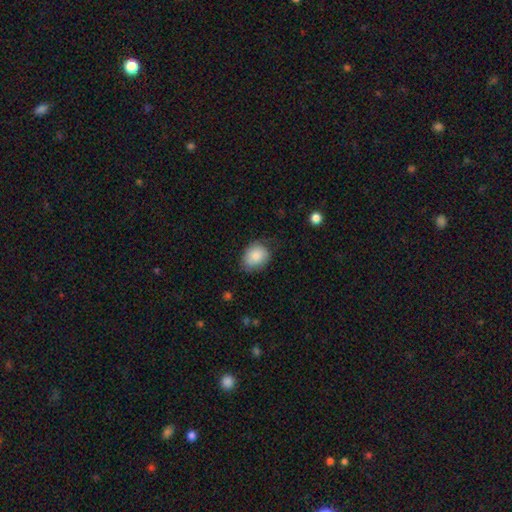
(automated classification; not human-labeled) A smooth galaxy with no disk features (85%) that is in between round and cigar-shaped (60%). Merging: none (65%).